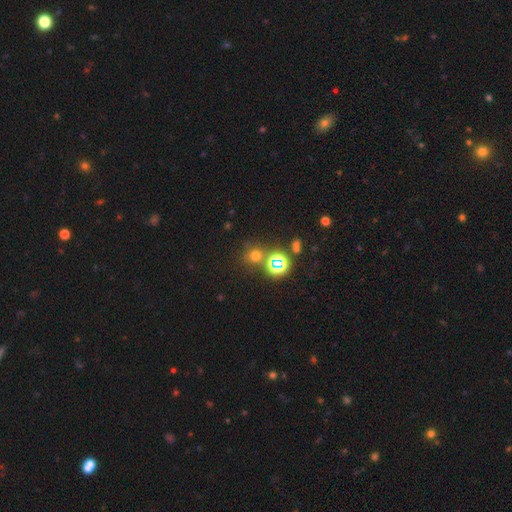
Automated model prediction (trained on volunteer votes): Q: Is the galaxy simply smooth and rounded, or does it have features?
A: smooth — 58%.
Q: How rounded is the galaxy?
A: round — 87%.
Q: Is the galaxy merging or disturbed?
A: none — 73%.